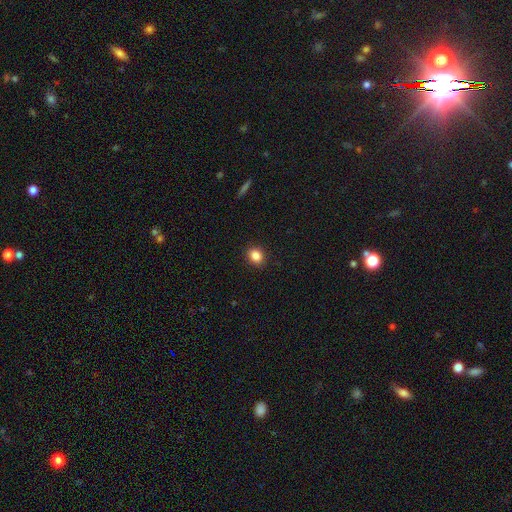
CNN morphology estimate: type=smooth (85%); roundness=round (56%); merging=none (91%).